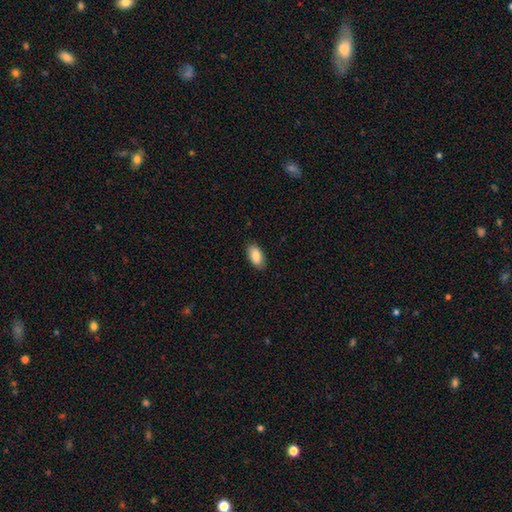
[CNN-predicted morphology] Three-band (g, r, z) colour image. It shows a smooth galaxy with no disk features (86%) that is in between round and cigar-shaped (93%). Merging: none (88%).